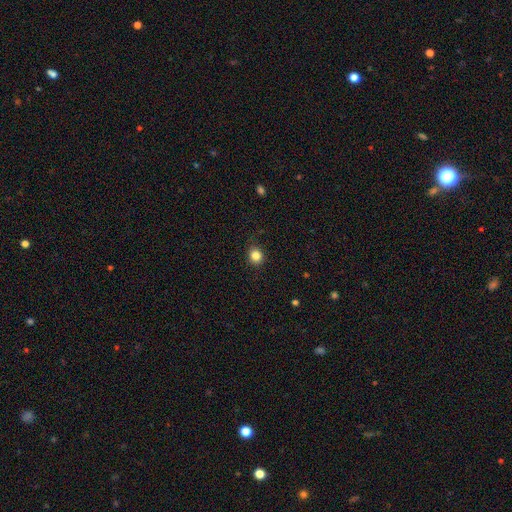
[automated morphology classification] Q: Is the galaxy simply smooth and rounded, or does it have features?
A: smooth — 84%.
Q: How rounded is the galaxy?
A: round — 81%.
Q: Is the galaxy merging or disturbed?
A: none — 85%.